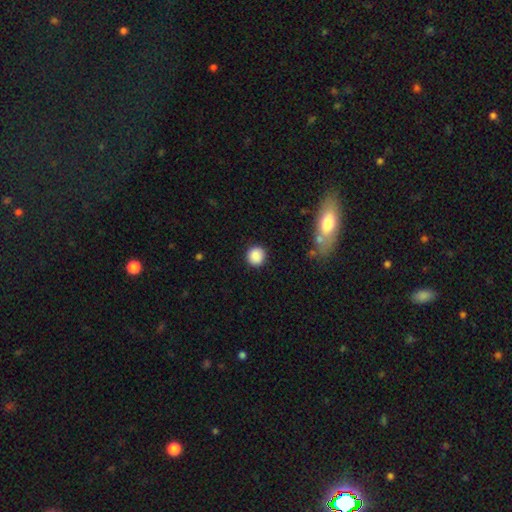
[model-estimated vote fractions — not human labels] Smooth or featured: smooth — 87% (star or artifact — 8%)
How rounded: round — 92% (in between — 7%)
Merging: none — 89% (minor disturbance — 7%)